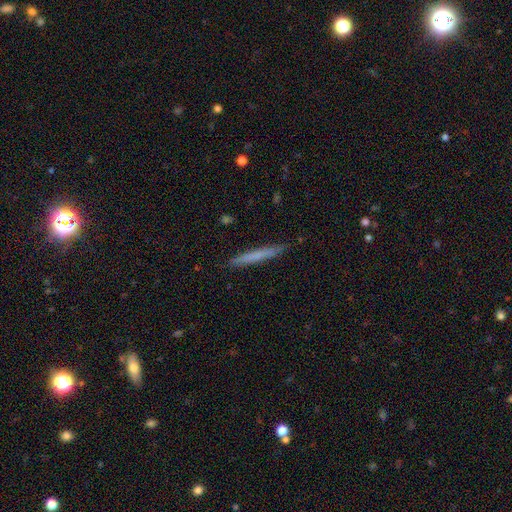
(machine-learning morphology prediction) A smooth galaxy with no disk features (64%) that is cigar-shaped (96%). Merging: none (87%).